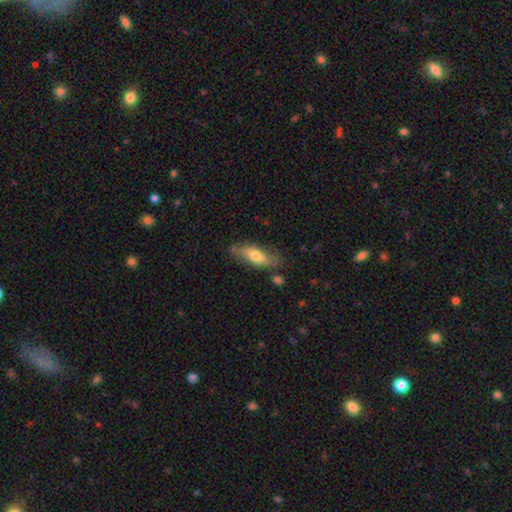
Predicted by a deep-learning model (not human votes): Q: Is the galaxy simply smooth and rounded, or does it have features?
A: smooth — 60%.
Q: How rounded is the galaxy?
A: in between — 64%.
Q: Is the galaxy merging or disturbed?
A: none — 67%.